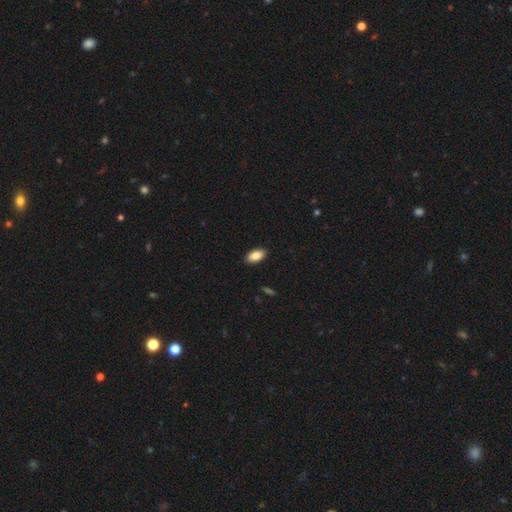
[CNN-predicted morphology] Smooth or featured?
  - smooth: 87% *
  - star or artifact: 7%
  - featured or disk: 6%
How rounded?
  - in between: 93% *
  - cigar-shaped: 4%
  - round: 3%
Merging?
  - none: 90% *
  - minor disturbance: 8%
  - major disturbance: 2%
  - merger: 1%